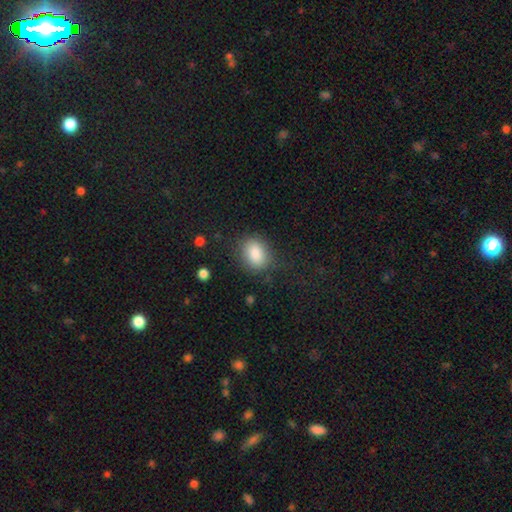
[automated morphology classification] Smooth or featured? Predicted: smooth (p=0.86). How rounded? Predicted: in between (p=0.63). Merging? Predicted: none (p=0.74).